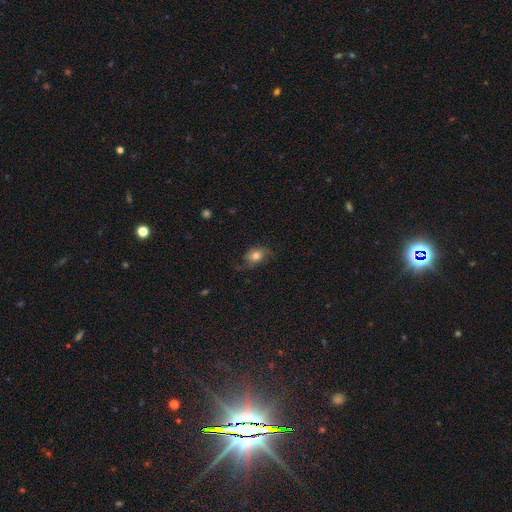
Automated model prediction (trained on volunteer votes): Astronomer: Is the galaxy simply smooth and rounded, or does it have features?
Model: smooth — 64%.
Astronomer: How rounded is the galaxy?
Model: in between — 68%.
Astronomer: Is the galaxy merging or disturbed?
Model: none — 58%.